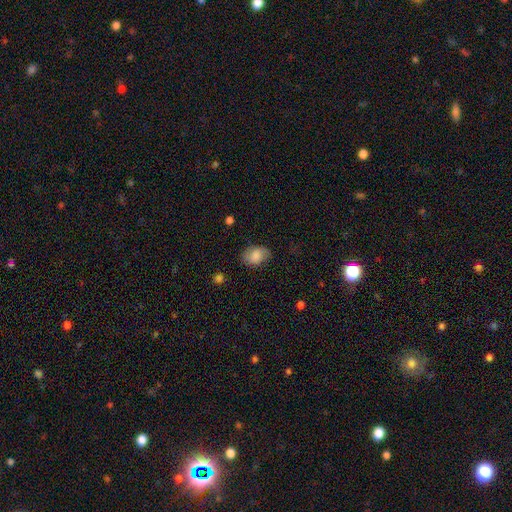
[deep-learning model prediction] Smooth or featured: smooth — 75% (featured or disk — 17%)
How rounded: in between — 79% (round — 19%)
Merging: none — 71% (minor disturbance — 22%)